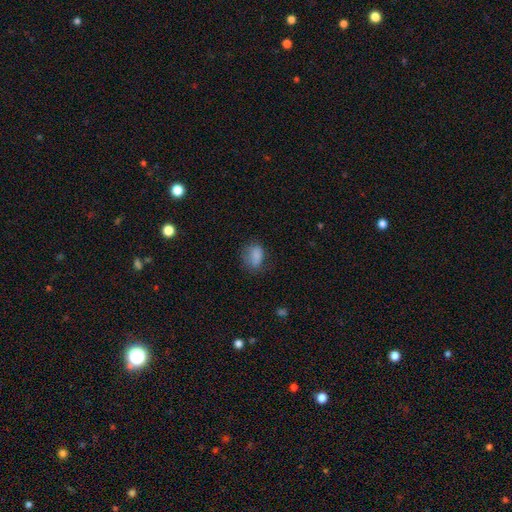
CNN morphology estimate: This appears to be a smooth galaxy with no disk features (80%) that is in between round and cigar-shaped (76%). Merging: none (58%).